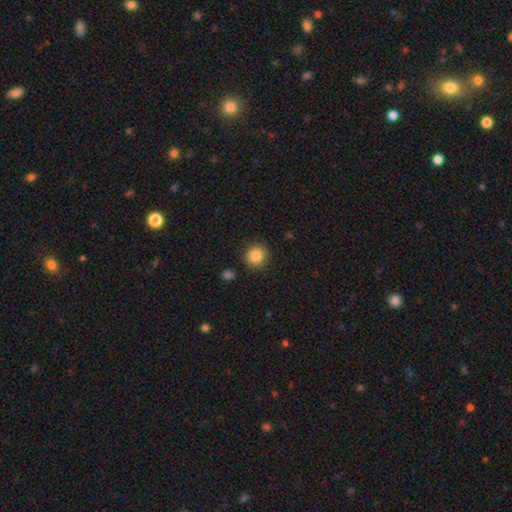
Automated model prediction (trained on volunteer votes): smooth 85%, star or artifact 10%, featured or disk 5%. Down the decision tree: how rounded — round (91%); merging — none (89%).